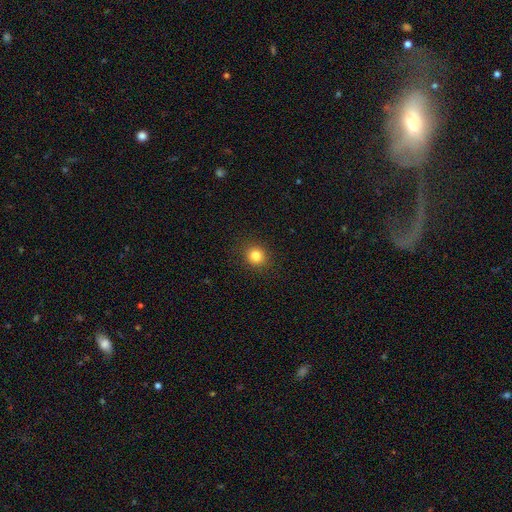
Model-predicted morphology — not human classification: Smooth or featured: smooth — 82% (star or artifact — 12%)
How rounded: round — 87% (in between — 12%)
Merging: none — 90% (minor disturbance — 6%)